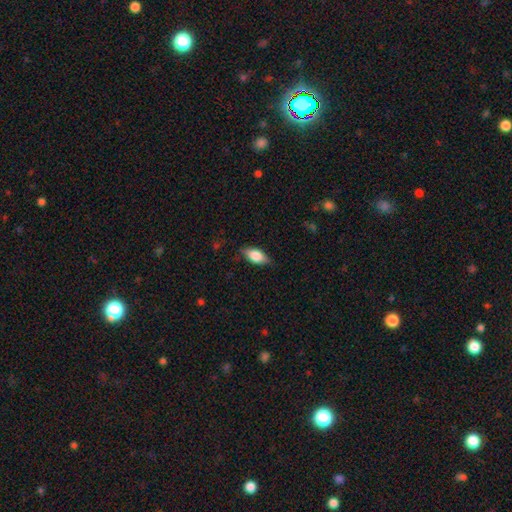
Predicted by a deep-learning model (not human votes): The model was most divided on "smooth or featured": smooth: 74%, featured or disk: 19%, star or artifact: 7%. More confident: how rounded — in between (86%); merging — none (77%).